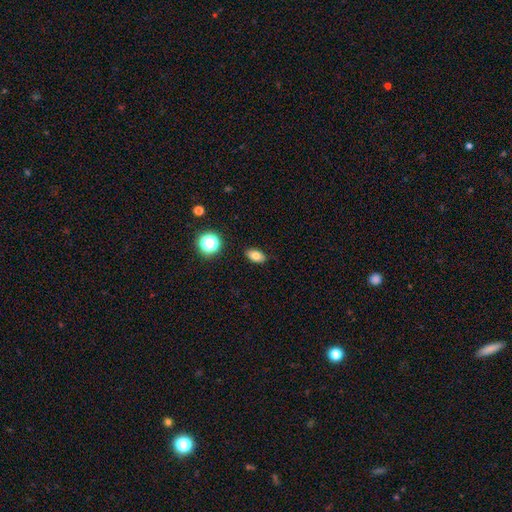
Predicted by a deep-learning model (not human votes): smooth-or-featured: smooth: 78% | star or artifact: 12% | featured or disk: 10%
  how-rounded: in between: 87% | round: 10% | cigar-shaped: 3%
  merging: none: 87% | minor disturbance: 10% | major disturbance: 2% | merger: 1%